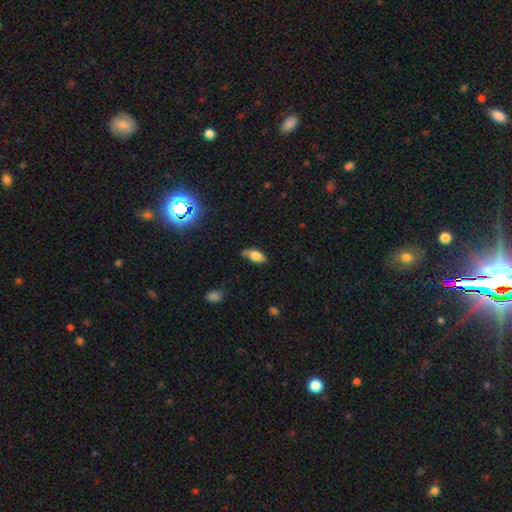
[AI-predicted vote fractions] Smooth or featured? Predicted: smooth (p=0.75). How rounded? Predicted: in between (p=0.89). Merging? Predicted: none (p=0.57).